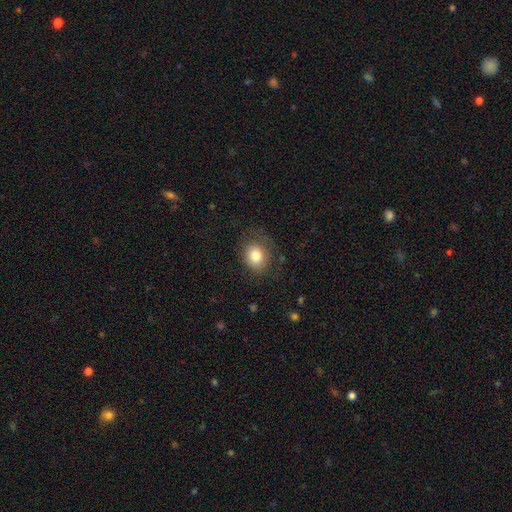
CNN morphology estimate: Overall: smooth (81%). How rounded: round (55%; in between 44%). Merging: none (75%).